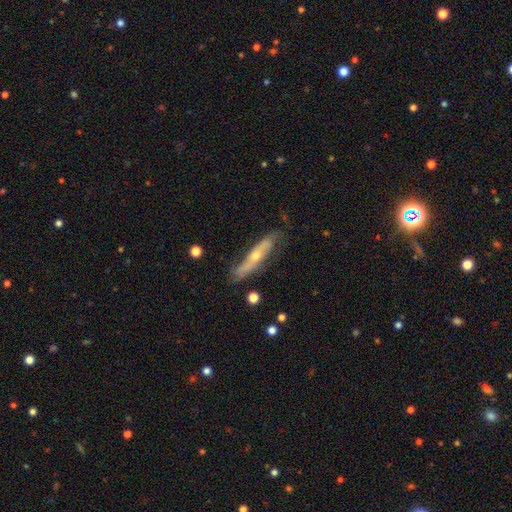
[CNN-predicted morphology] smooth-or-featured: featured or disk: 65% | smooth: 29% | star or artifact: 7%
  disk-edge-on: yes: 62% | no: 38%
  merging: none: 69% | minor disturbance: 22% | major disturbance: 7% | merger: 2%